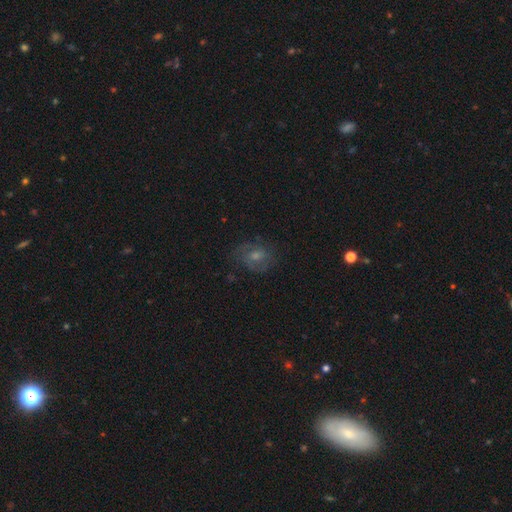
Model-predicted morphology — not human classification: Q: Smooth or featured?
A: featured or disk (46%); runner-up: smooth (31%)
Q: Merging?
A: none (77%); runner-up: minor disturbance (14%)